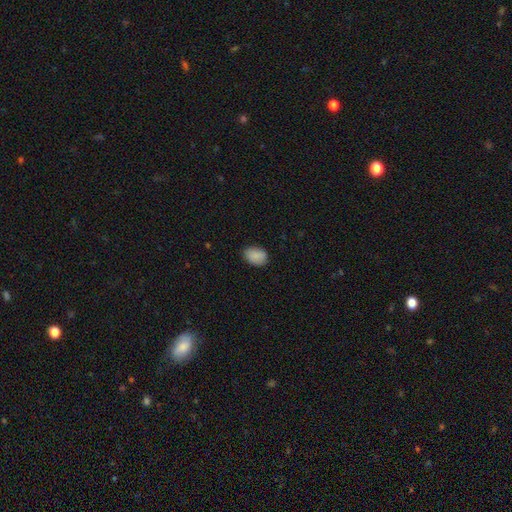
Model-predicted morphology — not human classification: smooth 89%, star or artifact 7%, featured or disk 4%. Down the decision tree: how rounded — in between (81%); merging — none (84%).